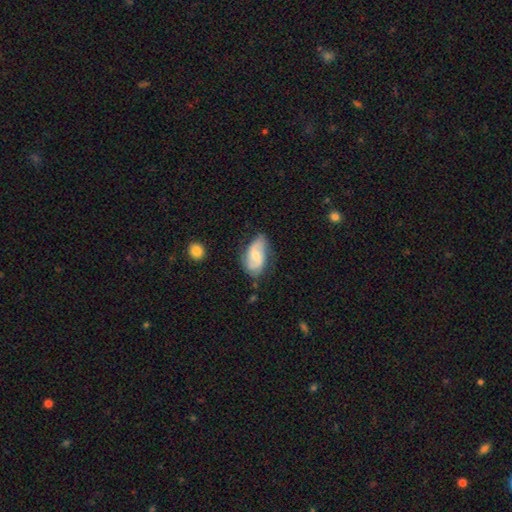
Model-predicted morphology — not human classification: smooth-or-featured: featured or disk: 58% | smooth: 36% | star or artifact: 6%
  disk-edge-on: no: 95% | yes: 5%
    bar: no: 46% | weak: 45% | strong: 10%
    has-spiral-arms: yes: 86% | no: 14%
    bulge-size: moderate: 52% | small: 40% | large: 4% | none: 3% | dominant: 1%
  merging: none: 62% | minor disturbance: 28% | major disturbance: 7% | merger: 2%